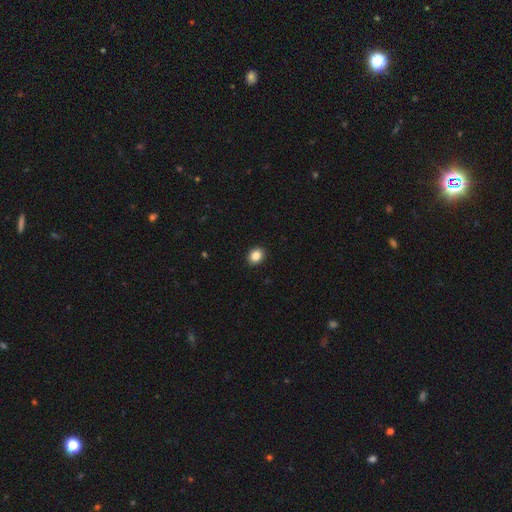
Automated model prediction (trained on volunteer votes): smooth_or_featured: smooth (p=0.86) [alt: star or artifact p=0.10]
how_rounded: round (p=0.53) [alt: in between p=0.46]
merging: none (p=0.92) [alt: minor disturbance p=0.06]